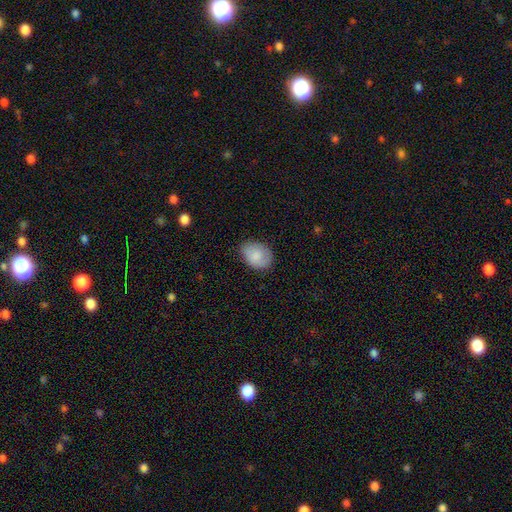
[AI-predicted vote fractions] smooth 81%, featured or disk 12%, star or artifact 7%. Down the decision tree: how rounded — in between (72%); merging — none (75%).